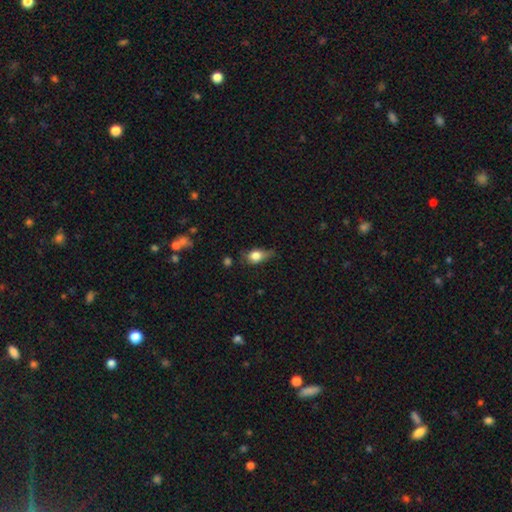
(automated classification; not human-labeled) This appears to be a smooth galaxy with no disk features (74%) that is in between round and cigar-shaped (68%). Merging: minor disturbance (40%).